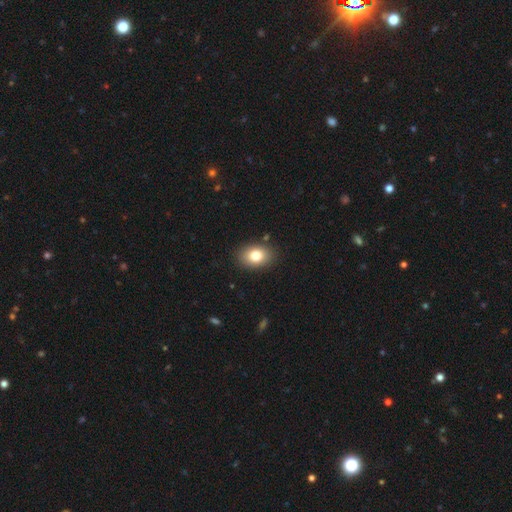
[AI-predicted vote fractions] smooth-or-featured: smooth: 80% | featured or disk: 11% | star or artifact: 9%
  how-rounded: in between: 78% | round: 21% | cigar-shaped: 1%
  merging: none: 87% | minor disturbance: 9% | major disturbance: 2% | merger: 2%